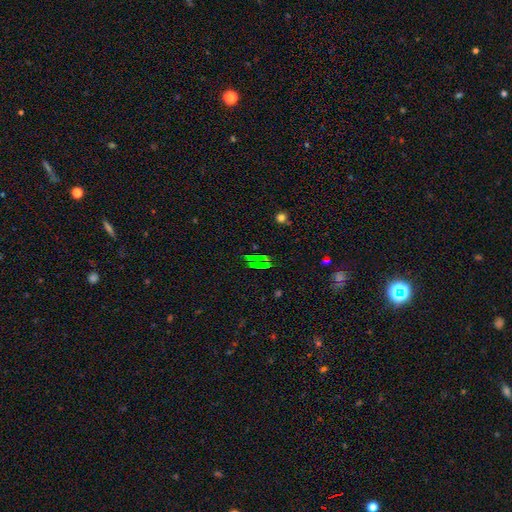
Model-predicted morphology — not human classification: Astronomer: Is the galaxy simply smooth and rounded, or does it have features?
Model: star or artifact — 56% (runner-up: smooth, 33%).